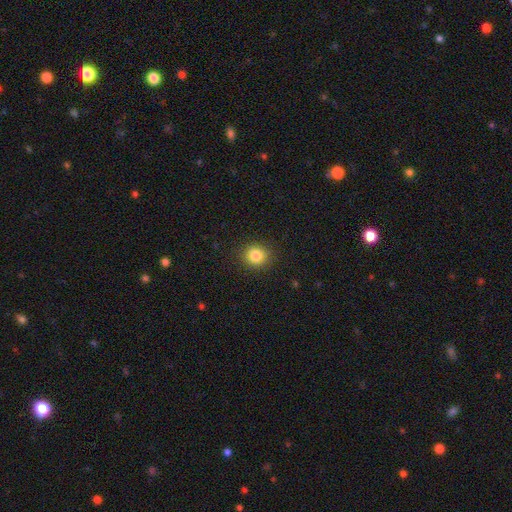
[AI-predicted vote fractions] This is clearly a smooth galaxy (84%). How rounded: clearly round (83%). Merging: clearly none (90%).